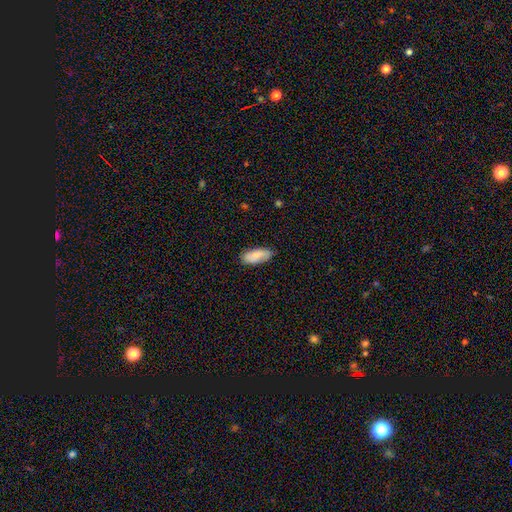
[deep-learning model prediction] Overall: smooth (85%). How rounded: in between (84%). Merging: none (82%).